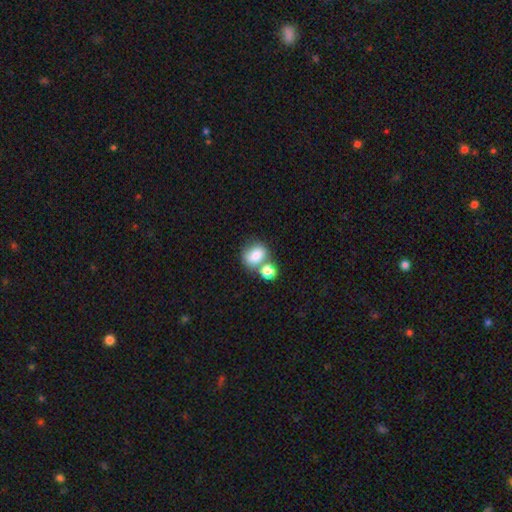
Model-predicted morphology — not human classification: Q: Smooth or featured?
A: smooth (80%); runner-up: featured or disk (11%)
Q: How rounded?
A: round (52%); runner-up: in between (47%)
Q: Merging?
A: none (42%); runner-up: merger (41%)